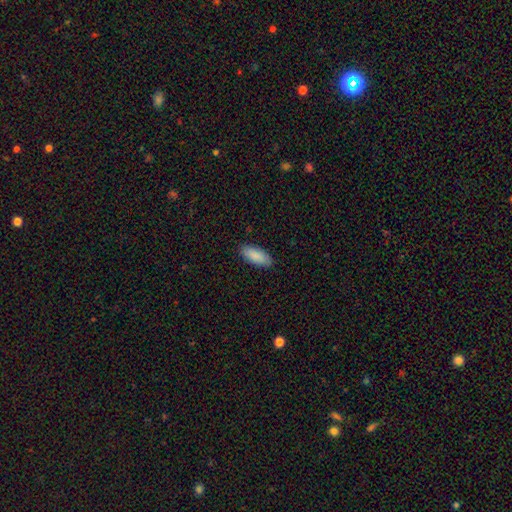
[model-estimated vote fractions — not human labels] A smooth galaxy with no disk features (90%) that is in between round and cigar-shaped (84%). Merging: none (88%).